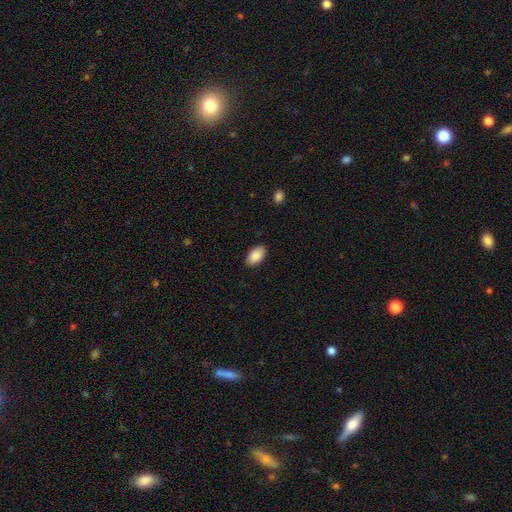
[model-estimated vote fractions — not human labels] Smooth or featured? smooth (89%)
How rounded? in between (94%)
Merging? none (87%)